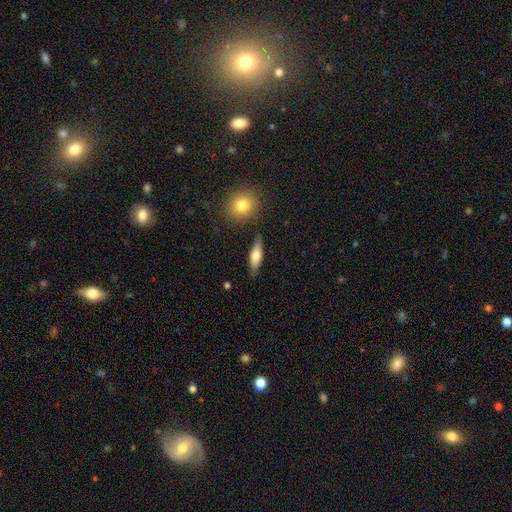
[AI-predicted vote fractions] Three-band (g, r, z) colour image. It shows a smooth galaxy with no disk features (63%) that is cigar-shaped (49%). Merging: none (80%).